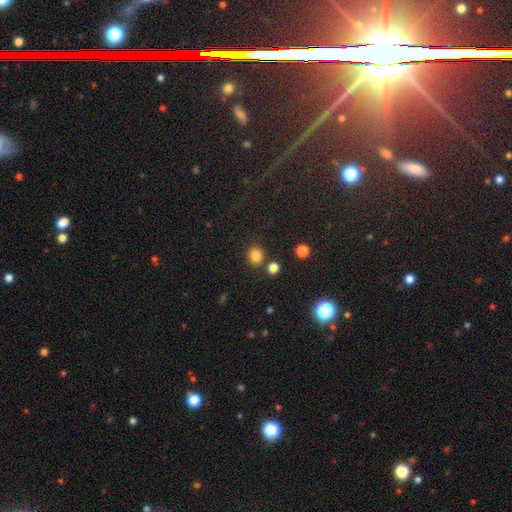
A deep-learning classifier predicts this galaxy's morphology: A smooth galaxy with no disk features (82%) that is round (82%). Merging: none (80%).